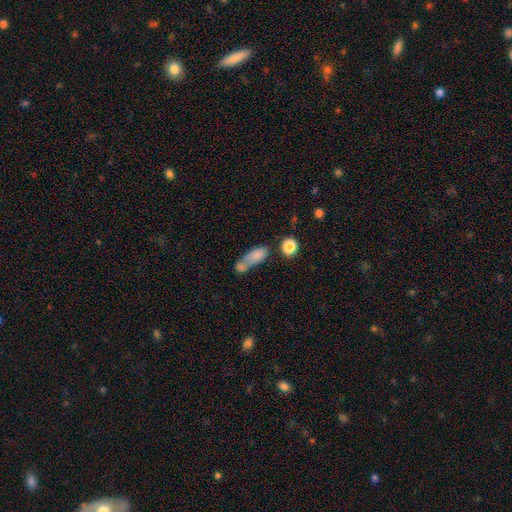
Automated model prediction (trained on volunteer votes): Smooth or featured? smooth (76%)
How rounded? in between (64%)
Merging? merger (50%)